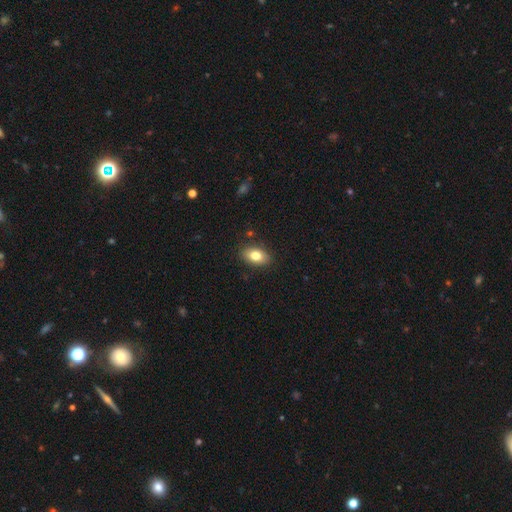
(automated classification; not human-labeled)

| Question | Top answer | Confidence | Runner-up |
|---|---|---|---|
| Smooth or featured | smooth | 81% | featured or disk (11%) |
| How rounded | in between | 88% | round (10%) |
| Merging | none | 87% | minor disturbance (10%) |